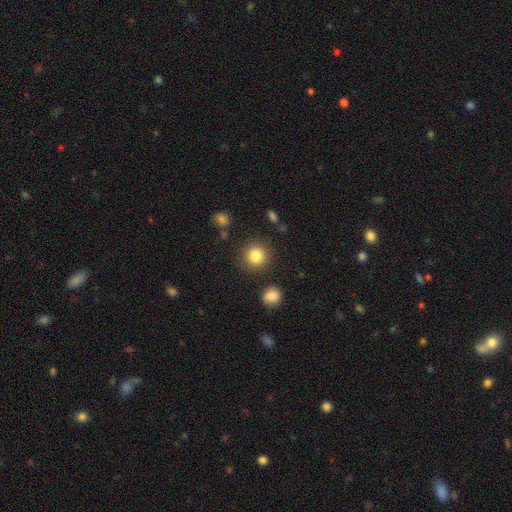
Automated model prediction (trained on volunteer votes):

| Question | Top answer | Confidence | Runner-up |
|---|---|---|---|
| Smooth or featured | smooth | 83% | star or artifact (10%) |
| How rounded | round | 93% | in between (6%) |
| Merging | none | 87% | minor disturbance (7%) |